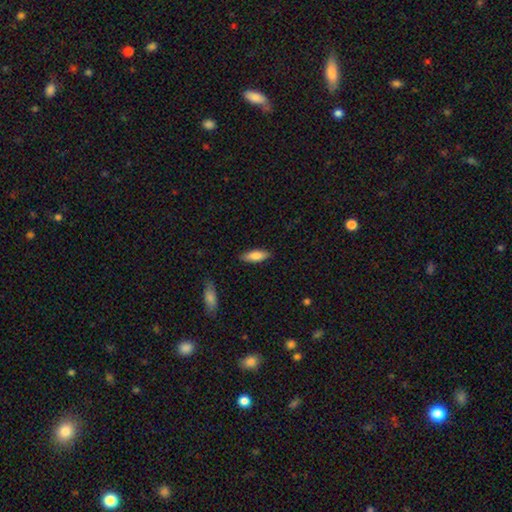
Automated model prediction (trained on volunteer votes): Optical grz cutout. It shows a smooth galaxy with no disk features (82%) that is in between round and cigar-shaped (69%). Merging: none (86%).